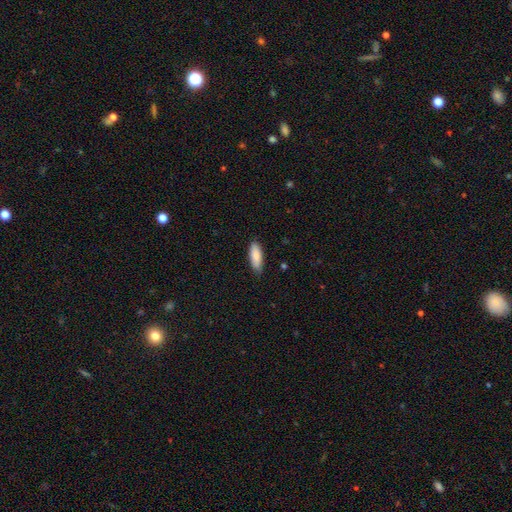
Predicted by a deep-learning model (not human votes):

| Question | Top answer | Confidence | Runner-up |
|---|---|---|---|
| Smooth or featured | smooth | 87% | featured or disk (7%) |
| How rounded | in between | 62% | cigar-shaped (36%) |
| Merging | none | 85% | minor disturbance (12%) |